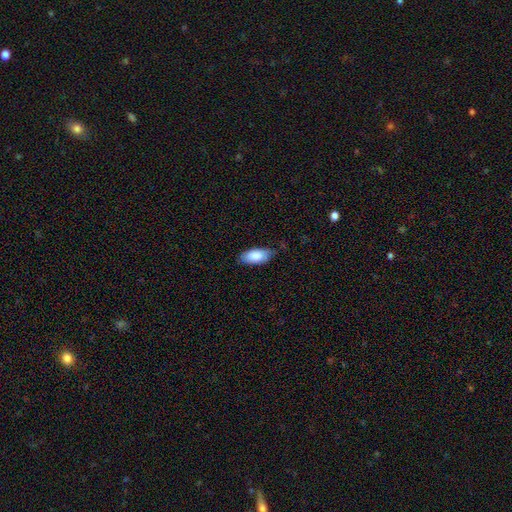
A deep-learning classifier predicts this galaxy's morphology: The model was most divided on "merging": none: 72%, minor disturbance: 23%, major disturbance: 4%, merger: 1%. More confident: how rounded — in between (91%); smooth or featured — smooth (86%).